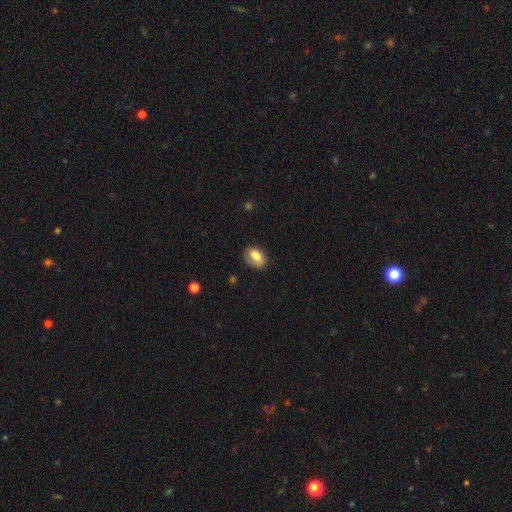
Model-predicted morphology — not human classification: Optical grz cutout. It shows a smooth galaxy with no disk features (79%) that is in between round and cigar-shaped (85%). Merging: none (69%).